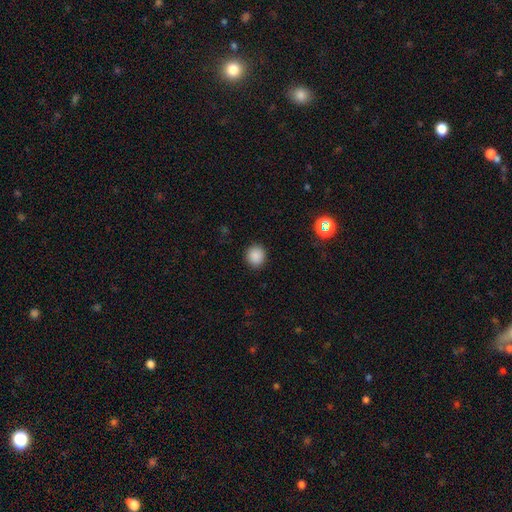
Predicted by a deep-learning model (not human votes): This is clearly a smooth galaxy (87%). How rounded: clearly round (90%). Merging: clearly none (91%).